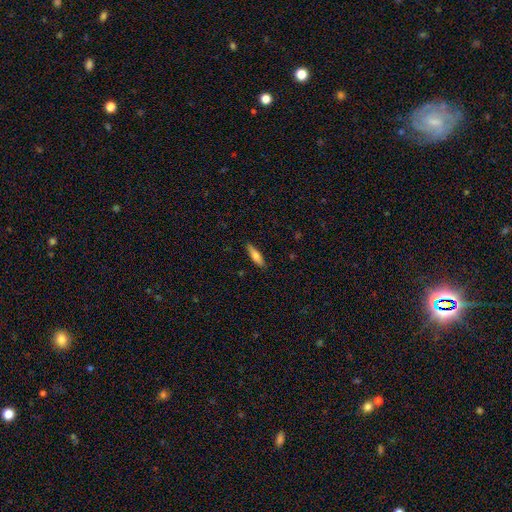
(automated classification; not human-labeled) Smooth or featured?
  - smooth: 71% *
  - featured or disk: 23%
  - star or artifact: 6%
How rounded?
  - cigar-shaped: 63% *
  - in between: 35%
  - round: 2%
Merging?
  - none: 86% *
  - minor disturbance: 11%
  - major disturbance: 2%
  - merger: 1%